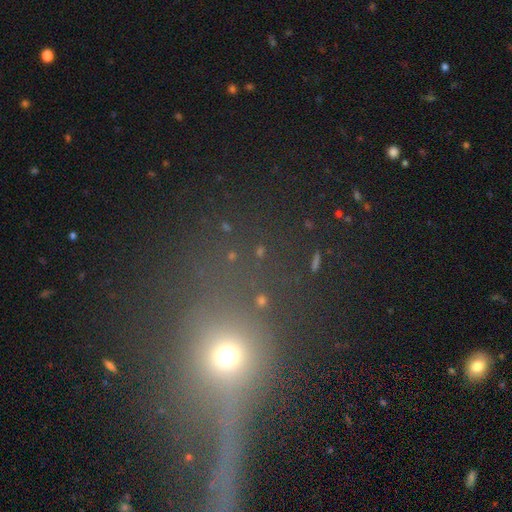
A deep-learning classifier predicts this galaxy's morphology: A star or artifact, not a galaxy (42%).

Vote fractions:
- Smooth or featured? star or artifact: 42% / smooth: 37% / featured or disk: 20%